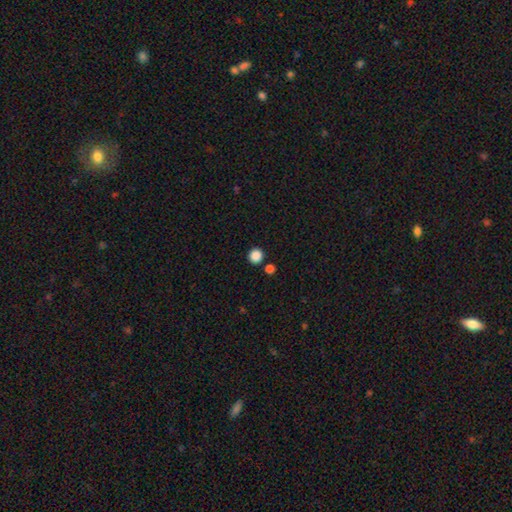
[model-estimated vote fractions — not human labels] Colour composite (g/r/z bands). It shows a smooth galaxy with no disk features (86%) that is round (94%). Merging: none (88%).